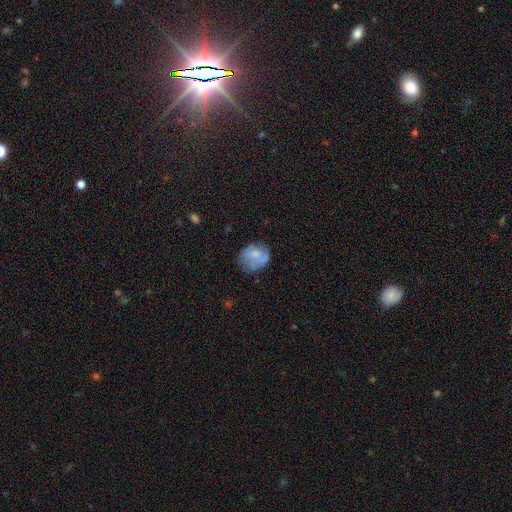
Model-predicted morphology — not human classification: This appears to be a smooth galaxy with no disk features (60%) that is round (59%). Merging: none (52%).